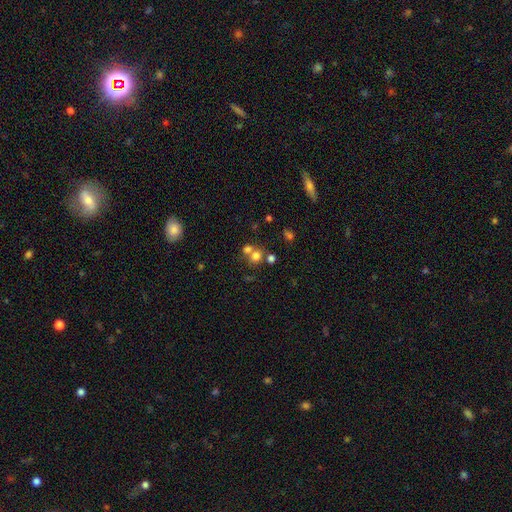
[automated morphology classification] Smooth or featured?
  - smooth: 72% *
  - star or artifact: 16%
  - featured or disk: 12%
How rounded?
  - round: 78% *
  - in between: 21%
  - cigar-shaped: 1%
Merging?
  - none: 44% * (tied)
  - merger: 44% * (tied)
  - minor disturbance: 7%
  - major disturbance: 4%